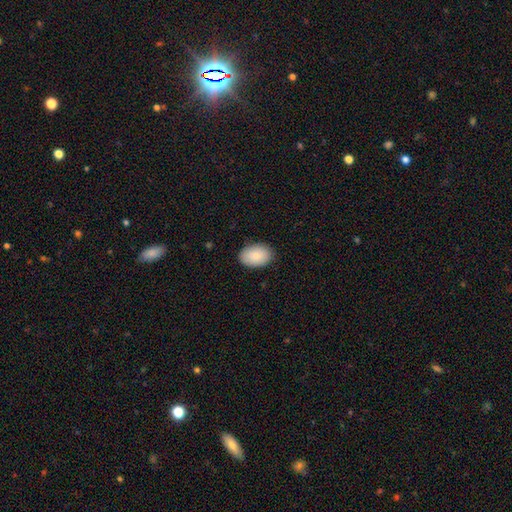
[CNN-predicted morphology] A smooth galaxy with no disk features (87%) that is in between round and cigar-shaped (87%). Merging: none (87%).